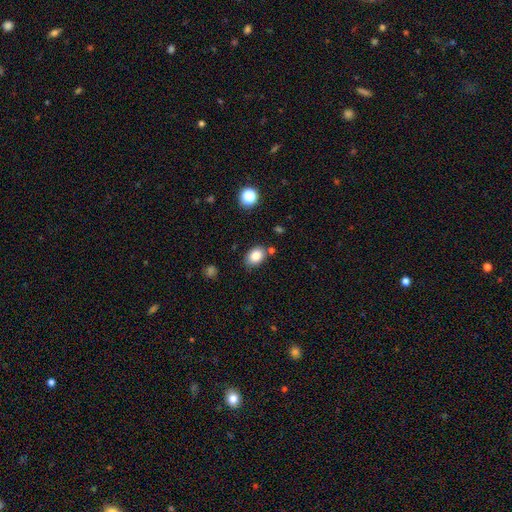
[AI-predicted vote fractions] smooth 84%, star or artifact 9%, featured or disk 6%. Down the decision tree: how rounded — in between (73%); merging — none (76%).